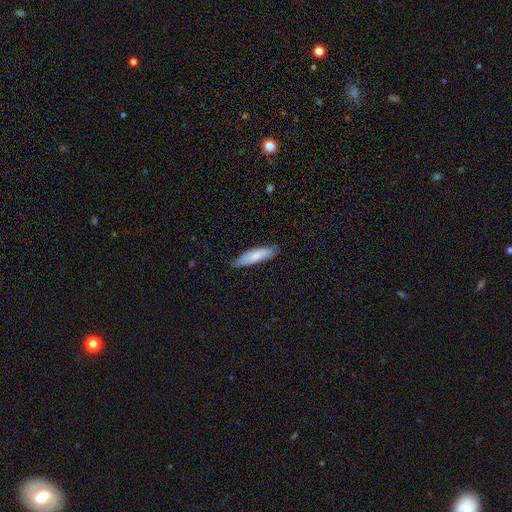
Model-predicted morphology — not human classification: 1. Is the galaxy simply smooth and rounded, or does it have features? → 79% smooth, 16% featured or disk, 5% star or artifact.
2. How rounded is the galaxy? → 66% cigar-shaped, 32% in between, 1% round.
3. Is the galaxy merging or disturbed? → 78% none, 18% minor disturbance, 2% major disturbance, 1% merger.